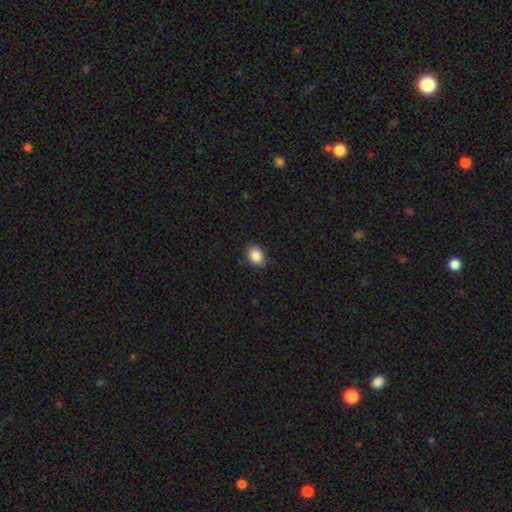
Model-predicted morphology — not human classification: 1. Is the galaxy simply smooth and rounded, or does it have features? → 88% smooth, 8% star or artifact, 4% featured or disk.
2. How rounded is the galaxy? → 72% in between, 27% round, 1% cigar-shaped.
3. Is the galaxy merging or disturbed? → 87% none, 10% minor disturbance, 2% major disturbance, 1% merger.